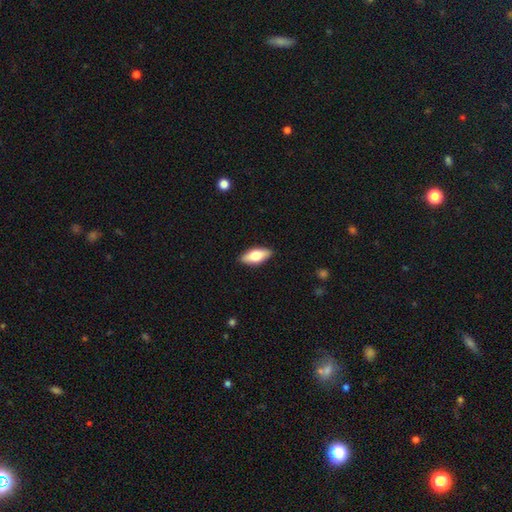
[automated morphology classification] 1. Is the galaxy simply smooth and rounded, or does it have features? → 66% smooth, 28% featured or disk, 6% star or artifact.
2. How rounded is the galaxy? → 79% in between, 18% cigar-shaped, 3% round.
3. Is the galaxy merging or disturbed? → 89% none, 8% minor disturbance, 2% major disturbance, 1% merger.